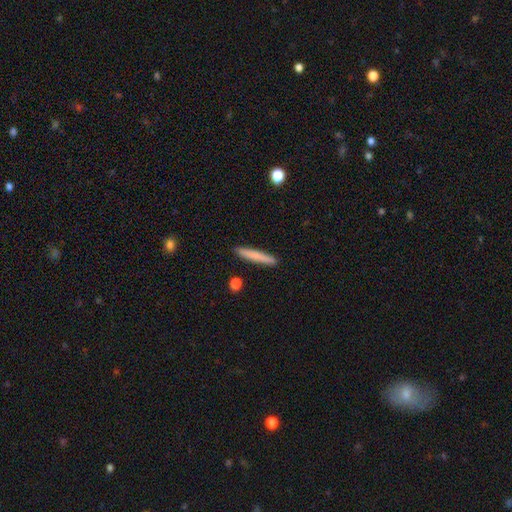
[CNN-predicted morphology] type=smooth (77%); roundness=cigar-shaped (95%); merging=none (90%).